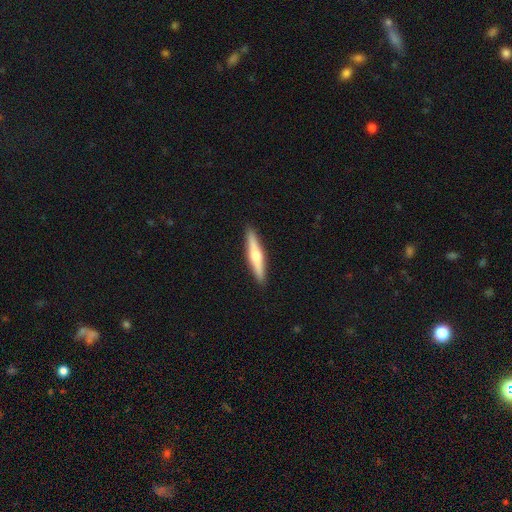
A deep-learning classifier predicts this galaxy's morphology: Q: Smooth or featured?
A: featured or disk (48%); runner-up: smooth (47%)
Q: Merging?
A: none (91%); runner-up: minor disturbance (6%)